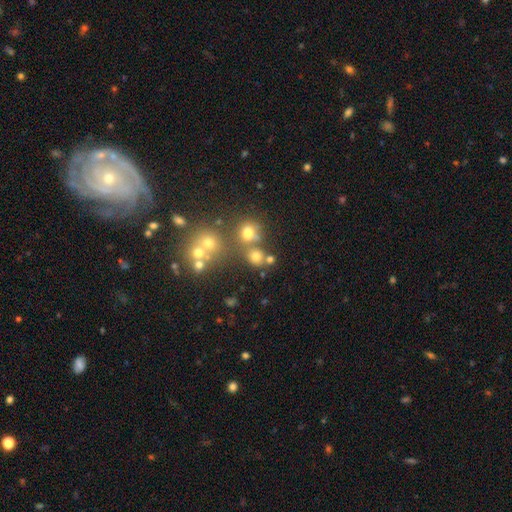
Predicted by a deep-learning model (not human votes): Q: Smooth or featured?
A: smooth (60%); runner-up: star or artifact (25%)
Q: How rounded?
A: round (82%); runner-up: in between (16%)
Q: Merging?
A: none (62%); runner-up: merger (25%)